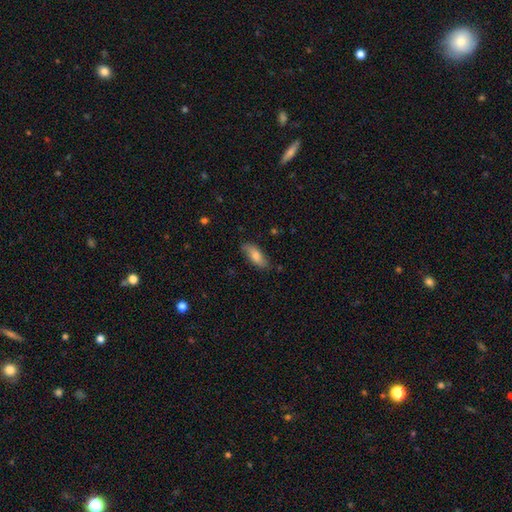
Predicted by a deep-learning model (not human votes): smooth-or-featured: smooth: 77% | featured or disk: 17% | star or artifact: 6%
  how-rounded: in between: 76% | cigar-shaped: 22% | round: 2%
  merging: none: 78% | minor disturbance: 18% | major disturbance: 3% | merger: 2%